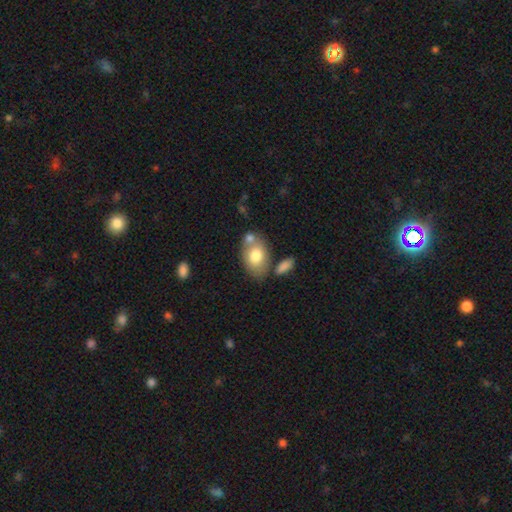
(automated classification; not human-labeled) Morphology: type=smooth (74%); roundness=in between (86%); merging=none (56%).